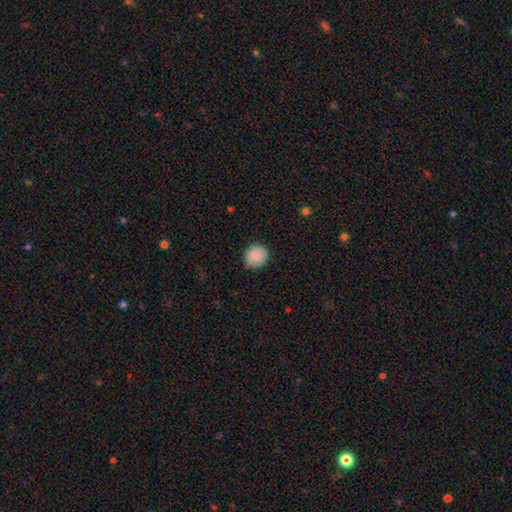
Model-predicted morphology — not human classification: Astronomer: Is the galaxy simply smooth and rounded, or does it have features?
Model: smooth — 84%.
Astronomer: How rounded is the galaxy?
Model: round — 88%.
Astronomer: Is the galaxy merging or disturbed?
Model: none — 86%.